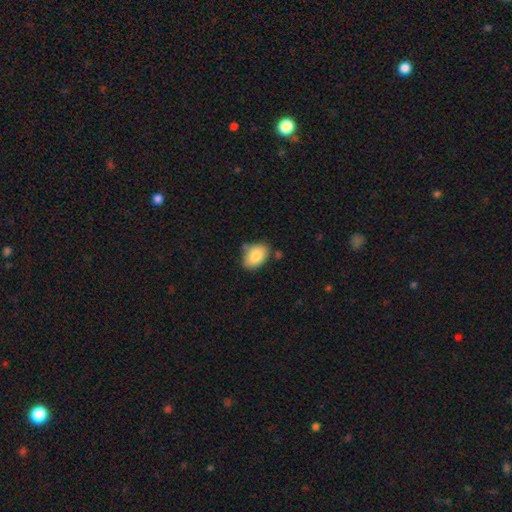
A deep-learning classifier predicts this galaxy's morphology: Overall: smooth (85%). How rounded: in between (86%). Merging: none (69%).